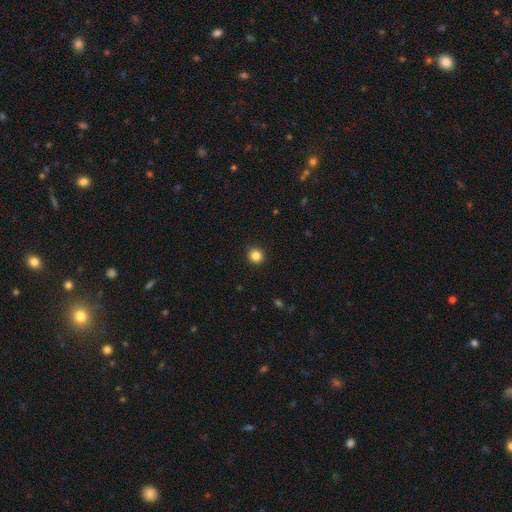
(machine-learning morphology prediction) This appears to be a smooth galaxy with no disk features (85%) that is round (93%). Merging: none (92%).